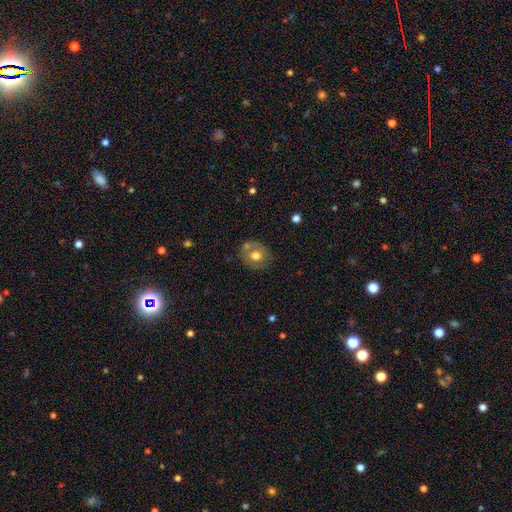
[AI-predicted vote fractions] This is likely a smooth galaxy (67%). How rounded: likely round (70%). Merging: likely none (65%).